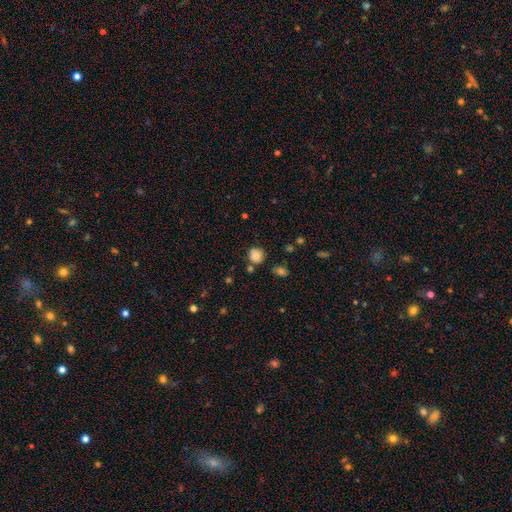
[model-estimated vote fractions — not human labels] Morphology: type=smooth (79%); roundness=round (87%); merging=none (72%).